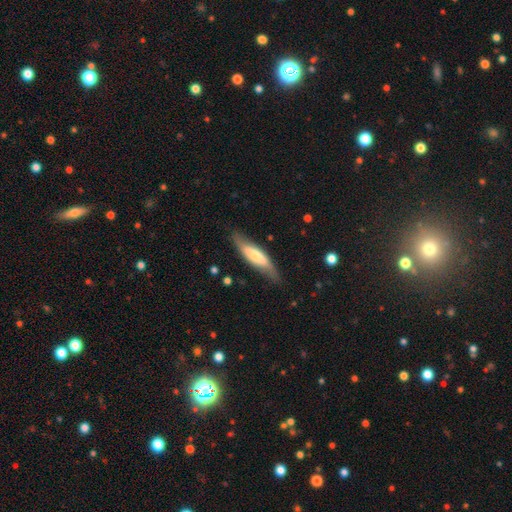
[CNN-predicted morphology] This appears to be a smooth galaxy with no disk features (53%) that is cigar-shaped (62%). Merging: none (77%).